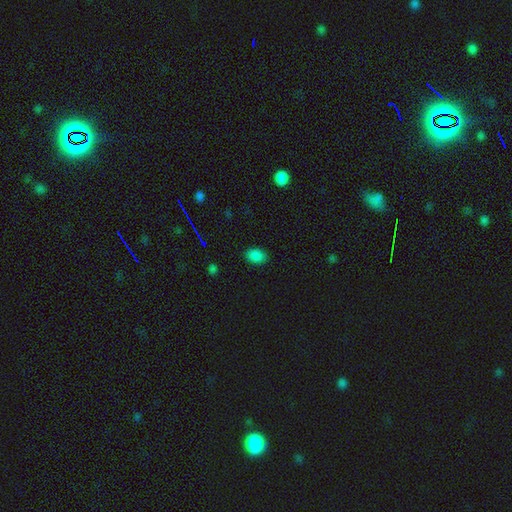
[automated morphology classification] A smooth galaxy with no disk features (84%) that is in between round and cigar-shaped (79%).

Vote fractions:
- Smooth or featured? smooth: 84% / star or artifact: 13% / featured or disk: 4%
- How rounded? in between: 79% / round: 20% / cigar-shaped: 1%
- Merging? none: 86% / minor disturbance: 10% / major disturbance: 2% / merger: 1%